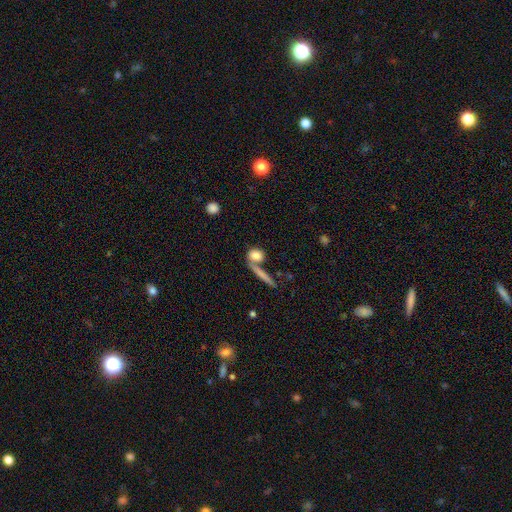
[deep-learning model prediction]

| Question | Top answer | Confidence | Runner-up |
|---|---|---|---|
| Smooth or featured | smooth | 77% | featured or disk (14%) |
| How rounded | round | 53% | in between (30%) |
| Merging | none | 53% | merger (29%) |